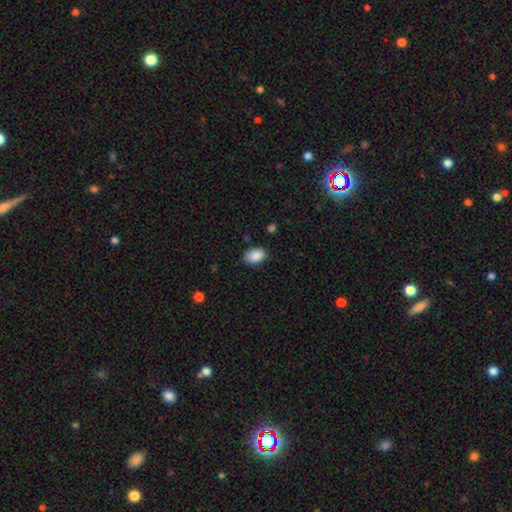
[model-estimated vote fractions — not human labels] Q: Smooth or featured?
A: smooth (89%); runner-up: star or artifact (7%)
Q: How rounded?
A: in between (88%); runner-up: round (11%)
Q: Merging?
A: none (79%); runner-up: minor disturbance (16%)